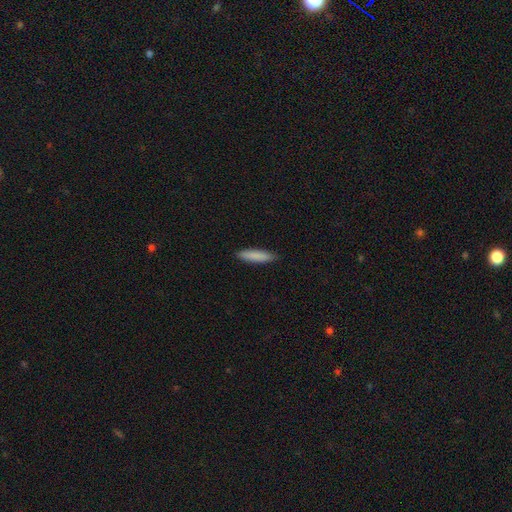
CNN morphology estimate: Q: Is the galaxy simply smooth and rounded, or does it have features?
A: smooth — 87%.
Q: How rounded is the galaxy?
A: cigar-shaped — 81%.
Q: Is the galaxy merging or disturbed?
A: none — 89%.